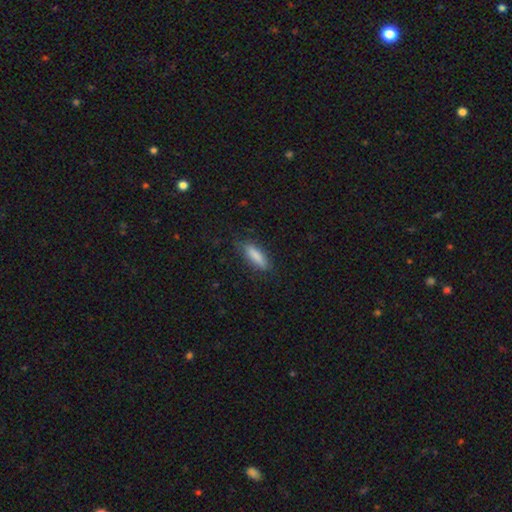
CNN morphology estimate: smooth 83%, featured or disk 10%, star or artifact 6%. Down the decision tree: how rounded — cigar-shaped (50%); merging — none (77%).